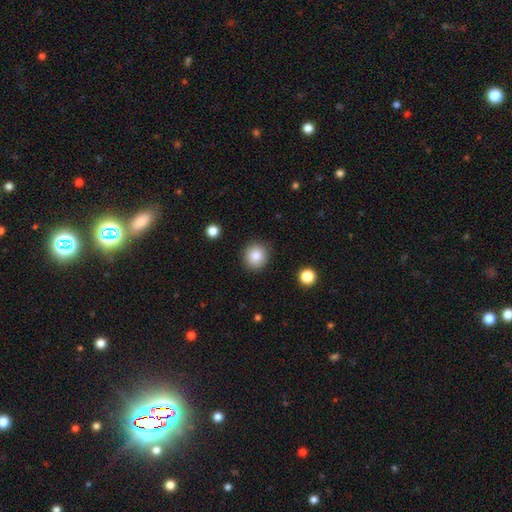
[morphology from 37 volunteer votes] A smooth galaxy with no disk features (92%) that is round (91%). Merging: none (94%).